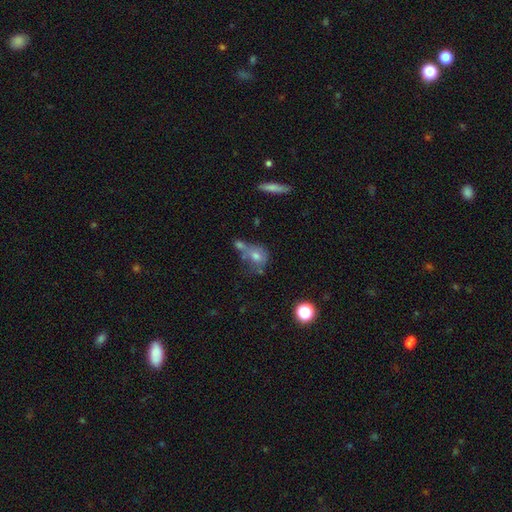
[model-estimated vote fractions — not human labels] Smooth or featured?
  - smooth: 60% *
  - featured or disk: 26%
  - star or artifact: 14%
How rounded?
  - round: 56% *
  - in between: 40%
  - cigar-shaped: 4%
Merging?
  - merger: 37% *
  - none: 35%
  - minor disturbance: 17%
  - major disturbance: 11%